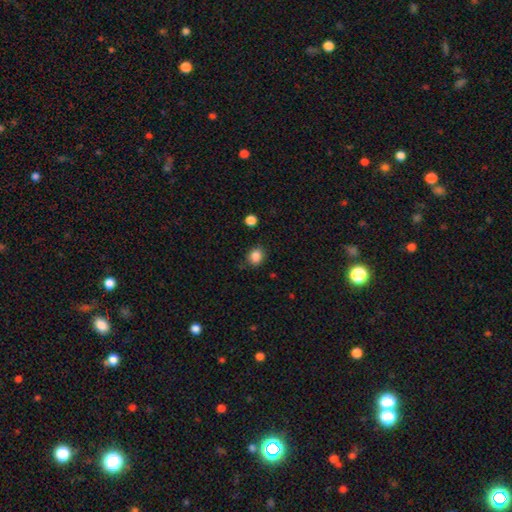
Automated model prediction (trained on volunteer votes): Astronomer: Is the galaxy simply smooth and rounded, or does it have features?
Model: smooth — 86%.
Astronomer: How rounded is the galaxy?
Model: round — 68%.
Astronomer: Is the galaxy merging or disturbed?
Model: none — 81%.